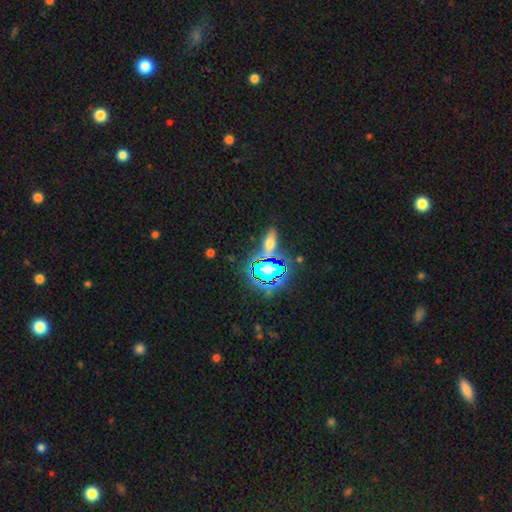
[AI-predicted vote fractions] Q: Smooth or featured?
A: star or artifact (80%); runner-up: smooth (12%)